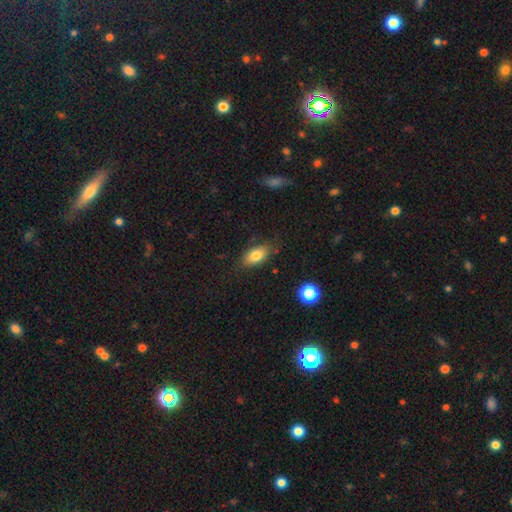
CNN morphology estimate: Smooth or featured? smooth (80%)
How rounded? in between (88%)
Merging? none (78%)